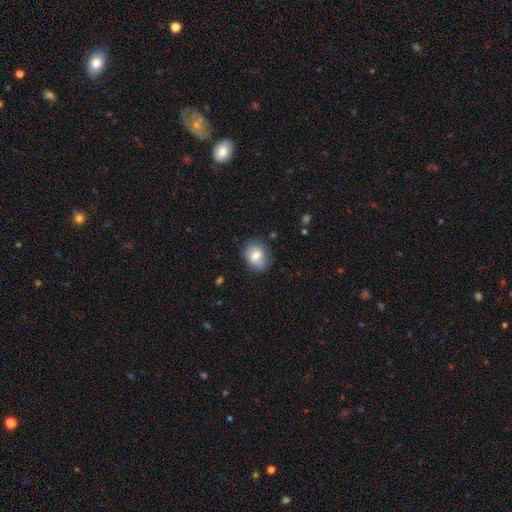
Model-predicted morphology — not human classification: Q: Smooth or featured?
A: smooth (76%); runner-up: featured or disk (16%)
Q: How rounded?
A: in between (51%); runner-up: round (48%)
Q: Merging?
A: none (77%); runner-up: minor disturbance (17%)